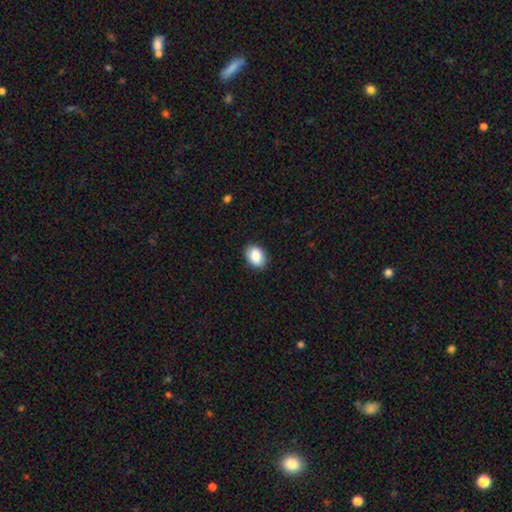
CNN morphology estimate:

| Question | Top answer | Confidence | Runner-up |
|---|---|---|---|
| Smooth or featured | smooth | 86% | star or artifact (7%) |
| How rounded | in between | 80% | round (19%) |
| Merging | none | 88% | minor disturbance (9%) |